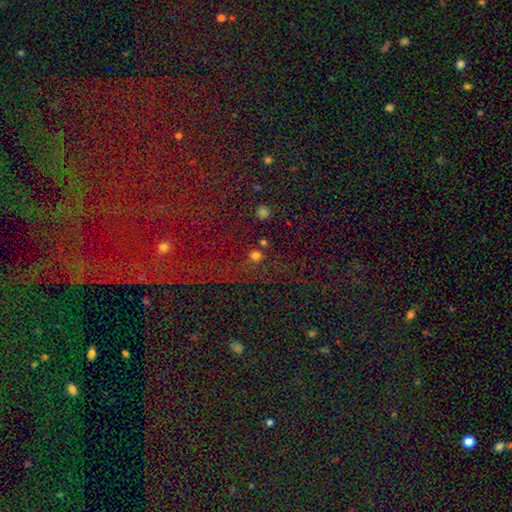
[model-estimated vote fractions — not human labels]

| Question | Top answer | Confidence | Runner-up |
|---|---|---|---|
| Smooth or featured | smooth | 60% | star or artifact (33%) |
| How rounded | round | 90% | in between (8%) |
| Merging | none | 76% | minor disturbance (10%) |